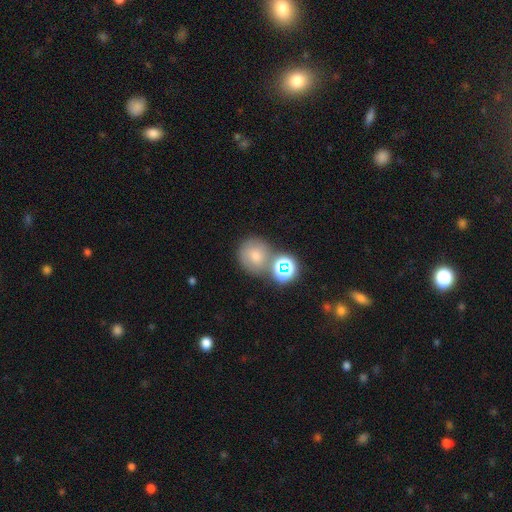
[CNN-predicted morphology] Smooth or featured? smooth (53%)
How rounded? round (87%)
Merging? none (66%)